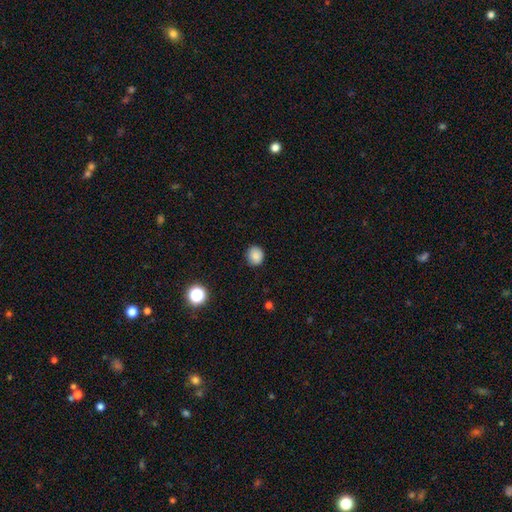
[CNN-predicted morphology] smooth_or_featured: smooth (p=0.85) [alt: star or artifact p=0.11]
how_rounded: round (p=0.85) [alt: in between p=0.14]
merging: none (p=0.86) [alt: minor disturbance p=0.11]